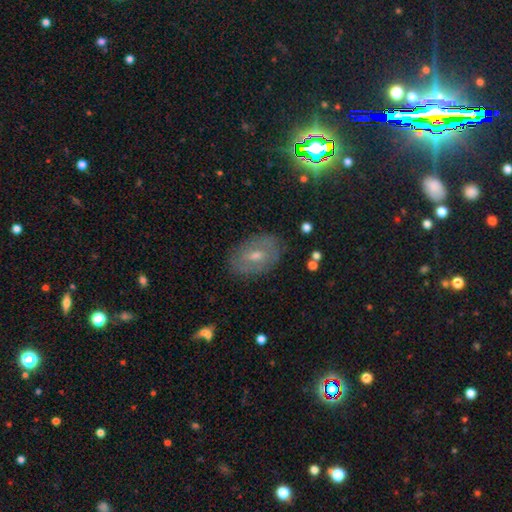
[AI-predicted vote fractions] This appears to be a featured or disk galaxy (50%). Merging: none (81%).